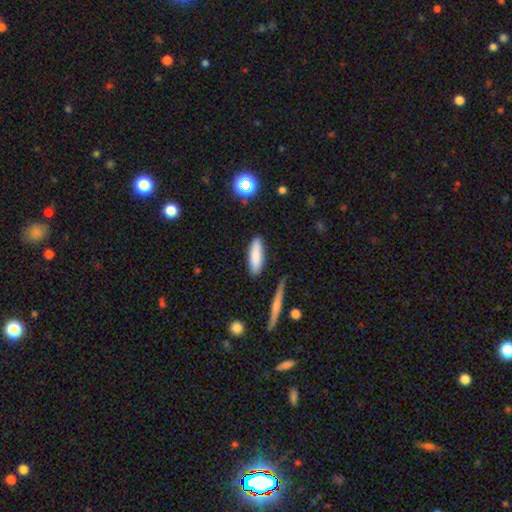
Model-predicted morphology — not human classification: Smooth or featured? smooth (80%)
How rounded? cigar-shaped (51%)
Merging? none (83%)